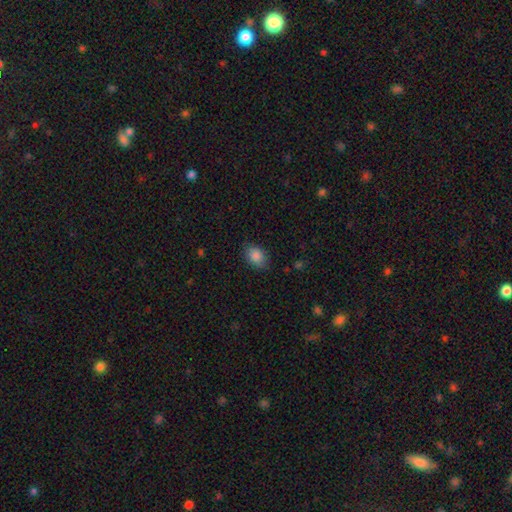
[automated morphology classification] This is clearly a smooth galaxy (87%). How rounded: likely in between (74%). Merging: clearly none (83%).